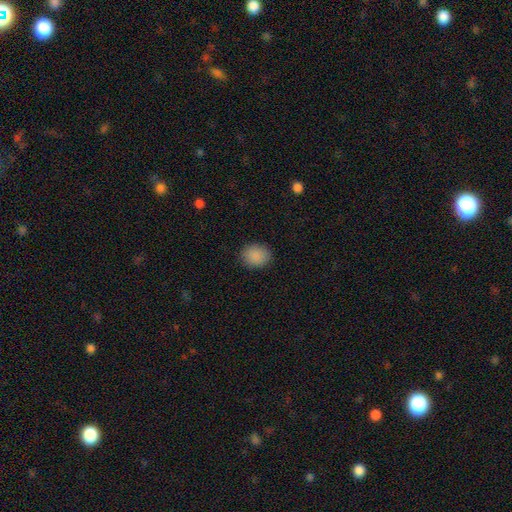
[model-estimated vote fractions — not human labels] smooth-or-featured: smooth: 88% | star or artifact: 8% | featured or disk: 3%
  how-rounded: round: 59% | in between: 40% | cigar-shaped: 1%
  merging: none: 88% | minor disturbance: 9% | major disturbance: 2% | merger: 1%